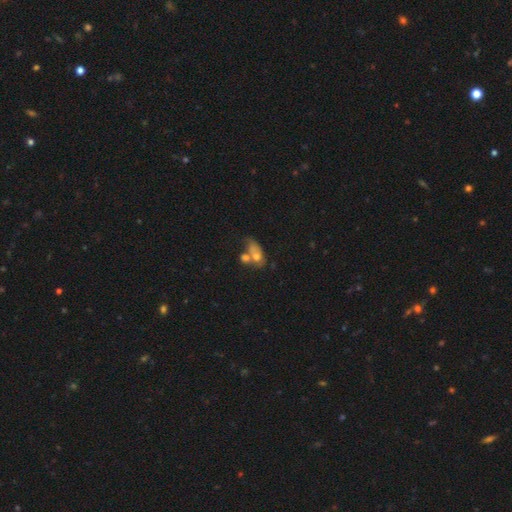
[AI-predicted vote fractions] smooth-or-featured: smooth: 58% | featured or disk: 29% | star or artifact: 13%
  how-rounded: in between: 72% | round: 22% | cigar-shaped: 6%
  merging: merger: 47% | none: 24% | major disturbance: 14% | minor disturbance: 14%